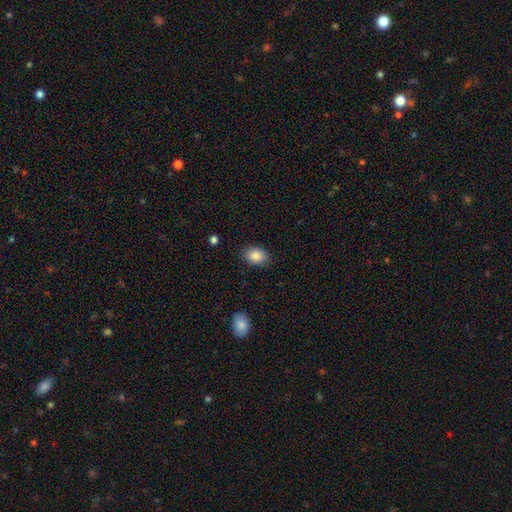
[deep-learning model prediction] This appears to be a smooth galaxy with no disk features (87%) that is in between round and cigar-shaped (69%). Merging: none (86%).